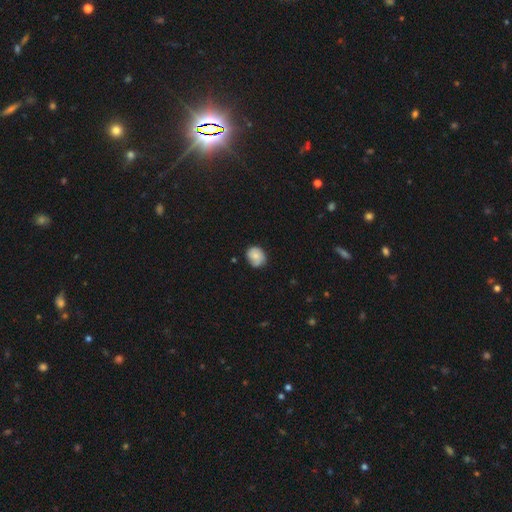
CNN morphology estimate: type=smooth (68%); roundness=round (67%); merging=none (64%).